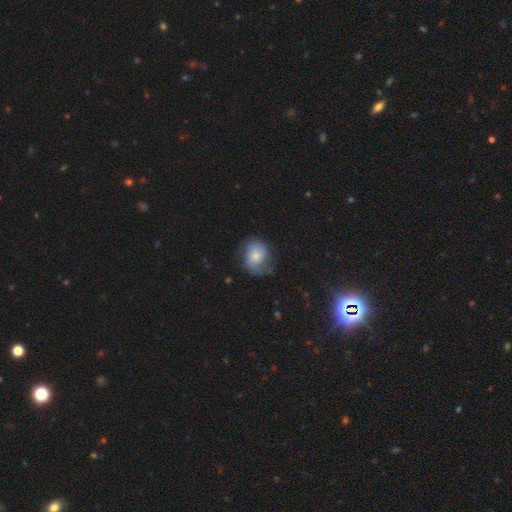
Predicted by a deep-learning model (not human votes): Smooth or featured: smooth — 54% (featured or disk — 38%)
How rounded: round — 58% (in between — 41%)
Merging: none — 58% (minor disturbance — 28%)